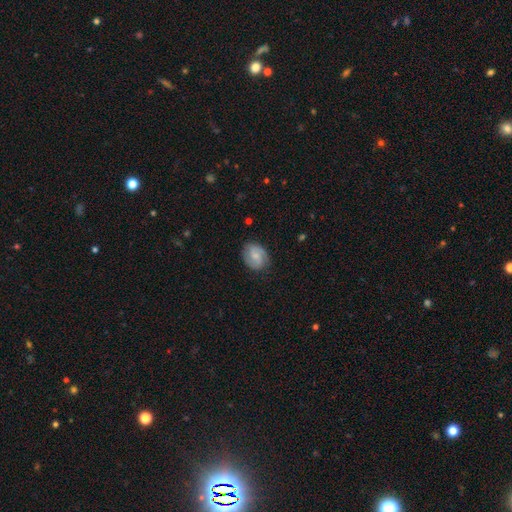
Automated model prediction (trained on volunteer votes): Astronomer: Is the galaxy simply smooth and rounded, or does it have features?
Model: featured or disk — 58% (runner-up: smooth, 35%).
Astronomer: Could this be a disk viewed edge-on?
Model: no — 97%.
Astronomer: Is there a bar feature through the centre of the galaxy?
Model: weak — 49% (runner-up: no, 41%).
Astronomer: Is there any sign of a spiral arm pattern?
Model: yes — 90%.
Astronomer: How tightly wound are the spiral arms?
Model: medium — 46% (runner-up: tight, 37%).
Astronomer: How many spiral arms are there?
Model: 2 — 82%.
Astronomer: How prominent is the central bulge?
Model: small — 47% (runner-up: moderate, 39%).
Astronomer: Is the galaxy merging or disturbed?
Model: none — 80%.